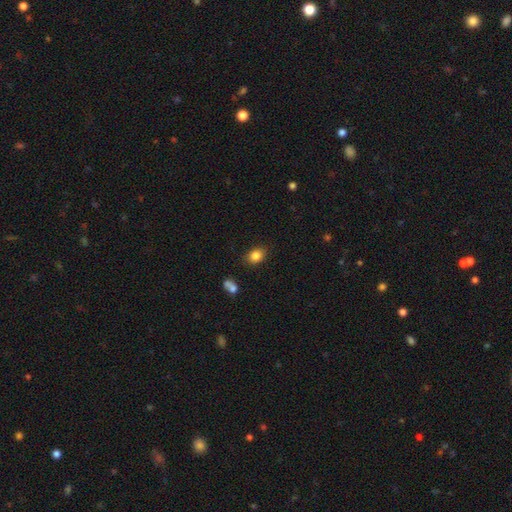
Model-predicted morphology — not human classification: smooth_or_featured: smooth (p=0.84) [alt: star or artifact p=0.10]
how_rounded: in between (p=0.65) [alt: round p=0.34]
merging: none (p=0.83) [alt: minor disturbance p=0.11]